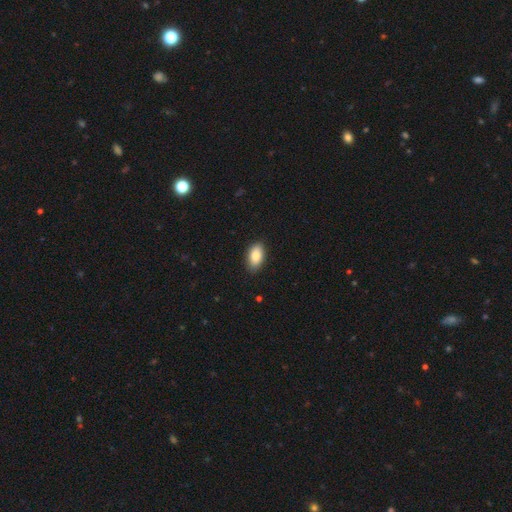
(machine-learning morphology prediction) A smooth galaxy with no disk features (87%) that is in between round and cigar-shaped (93%).

Vote fractions:
- Smooth or featured? smooth: 87% / star or artifact: 7% / featured or disk: 6%
- How rounded? in between: 93% / round: 4% / cigar-shaped: 2%
- Merging? none: 87% / minor disturbance: 10% / major disturbance: 2% / merger: 1%